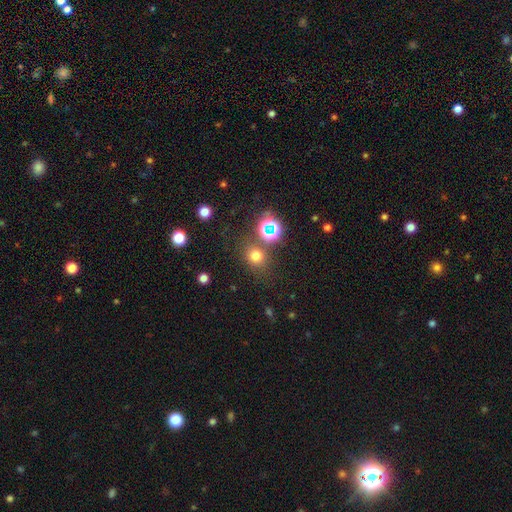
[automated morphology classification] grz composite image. It shows a smooth galaxy with no disk features (67%) that is round (78%). Merging: none (75%).